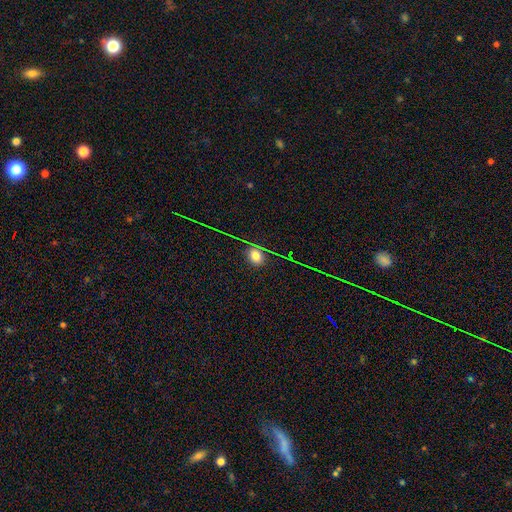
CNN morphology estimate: This appears to be a smooth galaxy with no disk features (70%) that is round (53%). Merging: none (80%).